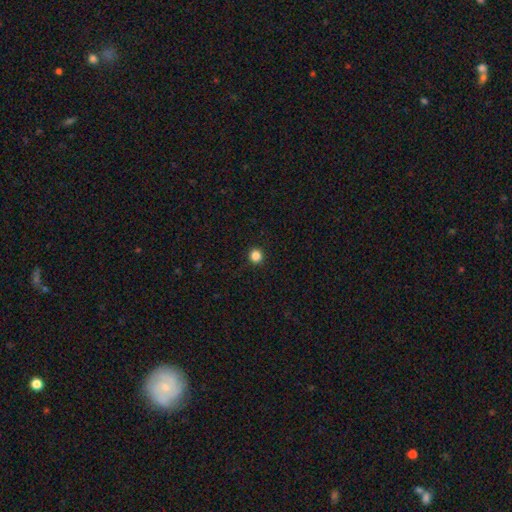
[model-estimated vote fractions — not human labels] A smooth galaxy with no disk features (85%) that is round (94%). Merging: none (93%).